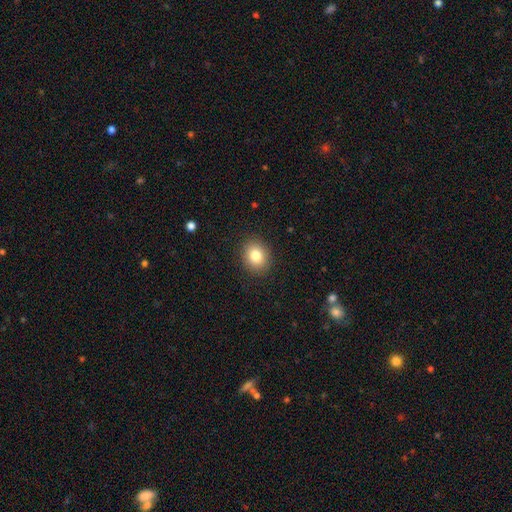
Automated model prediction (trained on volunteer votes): This is clearly a smooth galaxy (82%). How rounded: likely round (62%). Merging: clearly none (89%).